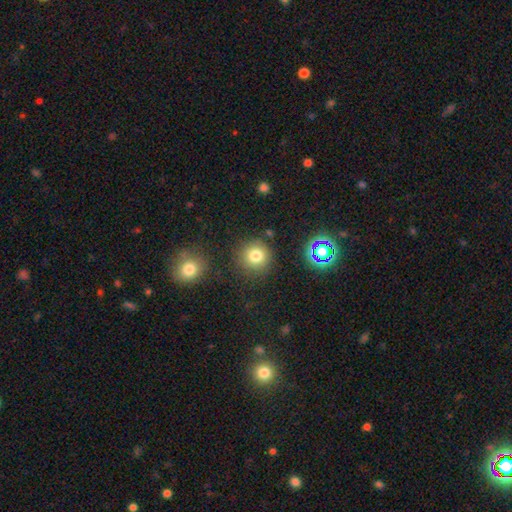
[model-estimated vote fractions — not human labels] smooth-or-featured: smooth: 78% | star or artifact: 15% | featured or disk: 7%
  how-rounded: round: 93% | in between: 6% | cigar-shaped: 1%
  merging: none: 84% | minor disturbance: 8% | merger: 4% | major disturbance: 3%